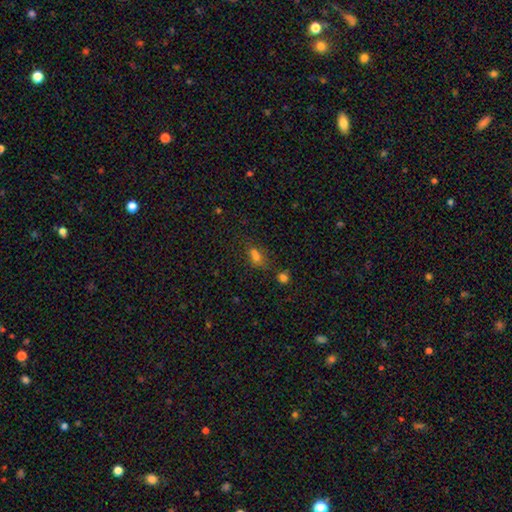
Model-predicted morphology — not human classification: Q: Smooth or featured?
A: smooth (64%); runner-up: star or artifact (25%)
Q: How rounded?
A: in between (70%); runner-up: round (19%)
Q: Merging?
A: none (57%); runner-up: merger (18%)